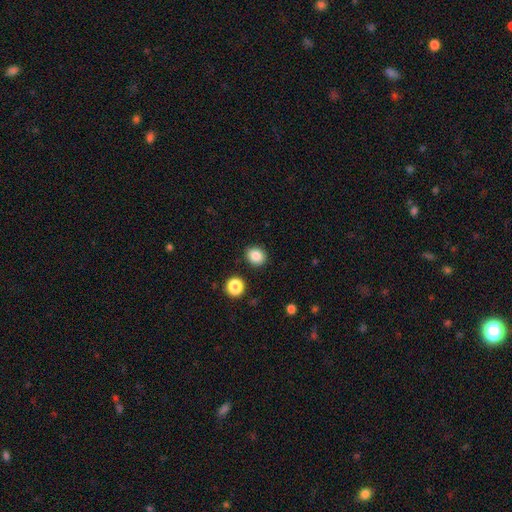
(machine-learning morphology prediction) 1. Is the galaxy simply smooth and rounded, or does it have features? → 85% smooth, 10% star or artifact, 5% featured or disk.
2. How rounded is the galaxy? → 74% round, 25% in between, 1% cigar-shaped.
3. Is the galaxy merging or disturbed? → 88% none, 7% minor disturbance, 3% merger, 2% major disturbance.